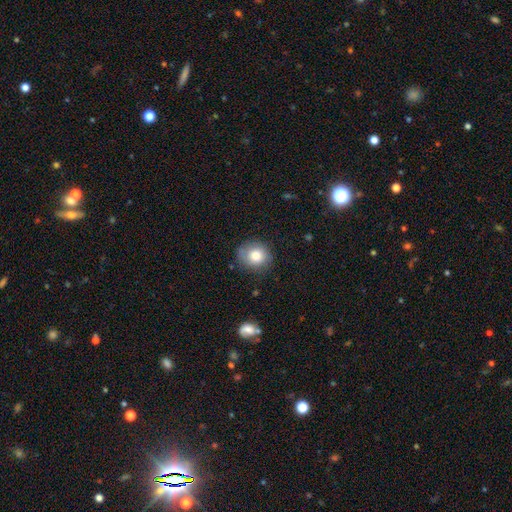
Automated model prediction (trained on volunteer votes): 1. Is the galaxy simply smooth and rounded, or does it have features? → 78% smooth, 14% featured or disk, 9% star or artifact.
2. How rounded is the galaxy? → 79% round, 21% in between, 1% cigar-shaped.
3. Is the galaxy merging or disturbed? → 77% none, 17% minor disturbance, 5% major disturbance, 2% merger.